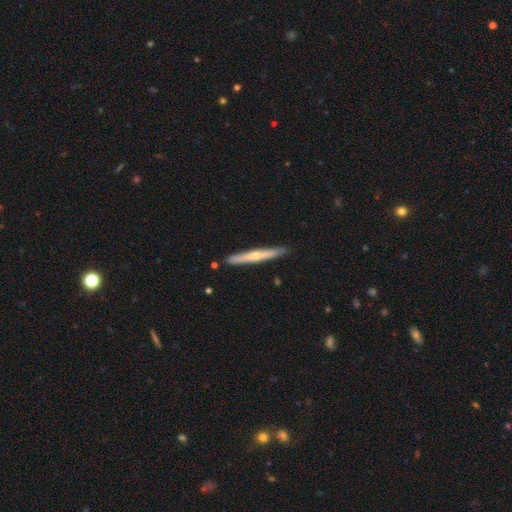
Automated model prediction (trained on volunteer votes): Smooth or featured? featured or disk (56%)
Edge-on disk? yes (95%)
Edge-on bulge? rounded (75%)
Merging? none (90%)